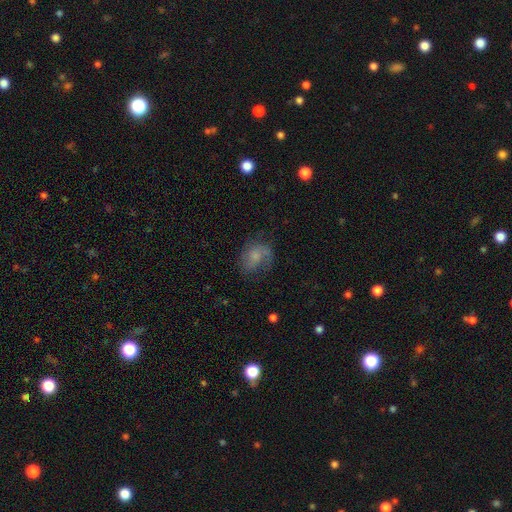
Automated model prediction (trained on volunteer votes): A smooth galaxy with no disk features (51%) that is in between round and cigar-shaped (55%). Merging: none (52%).